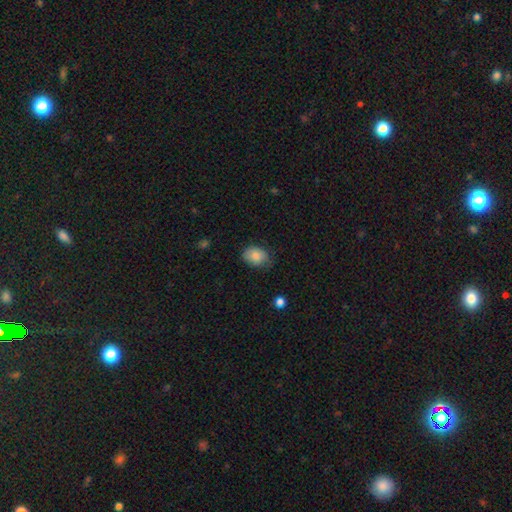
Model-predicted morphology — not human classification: A smooth galaxy with no disk features (83%) that is in between round and cigar-shaped (74%).

Vote fractions:
- Smooth or featured? smooth: 83% / featured or disk: 9% / star or artifact: 7%
- How rounded? in between: 74% / round: 25% / cigar-shaped: 1%
- Merging? none: 65% / minor disturbance: 28% / major disturbance: 6% / merger: 1%